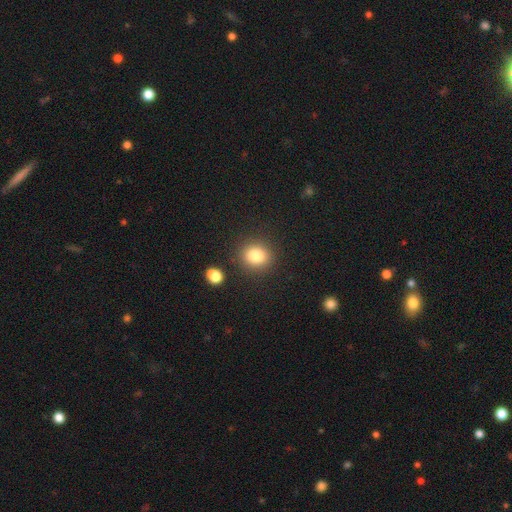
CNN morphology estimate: Smooth or featured? Predicted: smooth (p=0.83). How rounded? Predicted: round (p=0.77). Merging? Predicted: none (p=0.85).